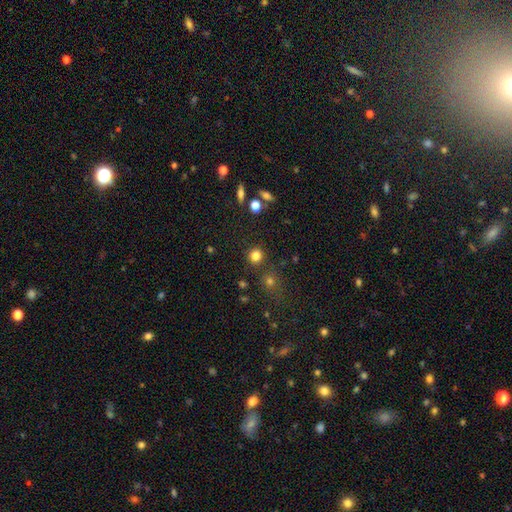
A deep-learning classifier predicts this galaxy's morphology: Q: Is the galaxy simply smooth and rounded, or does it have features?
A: smooth — 81%.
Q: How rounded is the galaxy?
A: round — 90%.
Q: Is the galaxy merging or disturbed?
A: none — 86%.